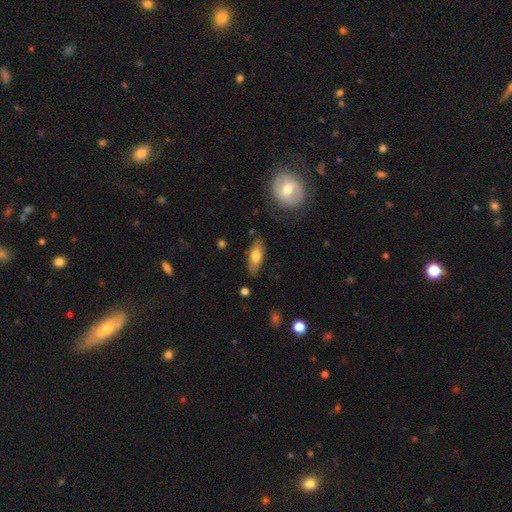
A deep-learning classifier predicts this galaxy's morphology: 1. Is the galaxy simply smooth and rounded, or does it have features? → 70% smooth, 23% featured or disk, 6% star or artifact.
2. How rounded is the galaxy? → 74% in between, 23% cigar-shaped, 3% round.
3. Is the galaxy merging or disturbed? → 81% none, 14% minor disturbance, 3% major disturbance, 2% merger.